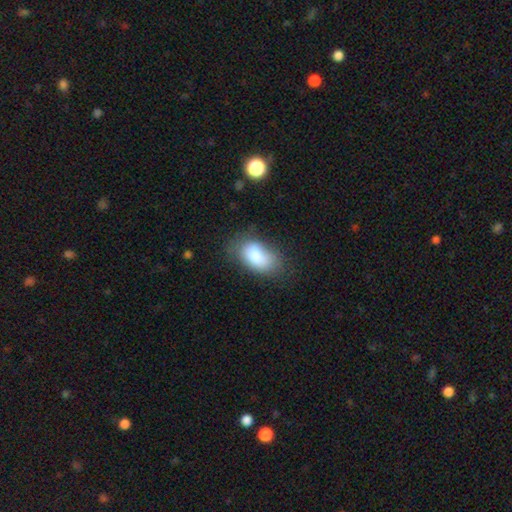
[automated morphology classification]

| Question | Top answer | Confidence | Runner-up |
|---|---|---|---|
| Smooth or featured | smooth | 81% | featured or disk (11%) |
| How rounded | in between | 91% | round (7%) |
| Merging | none | 61% | minor disturbance (26%) |